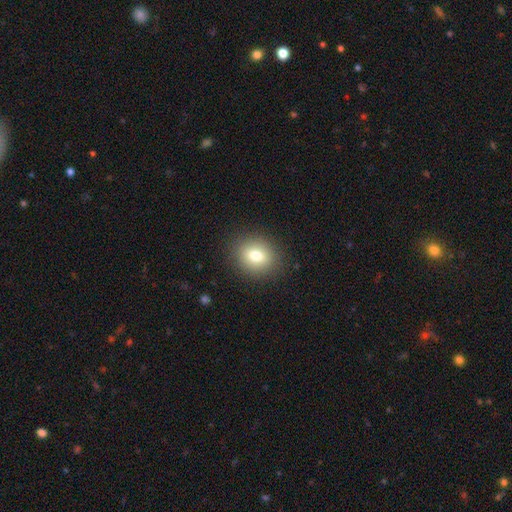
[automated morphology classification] Q: Smooth or featured?
A: smooth (77%); runner-up: featured or disk (12%)
Q: How rounded?
A: round (61%); runner-up: in between (38%)
Q: Merging?
A: none (88%); runner-up: minor disturbance (8%)